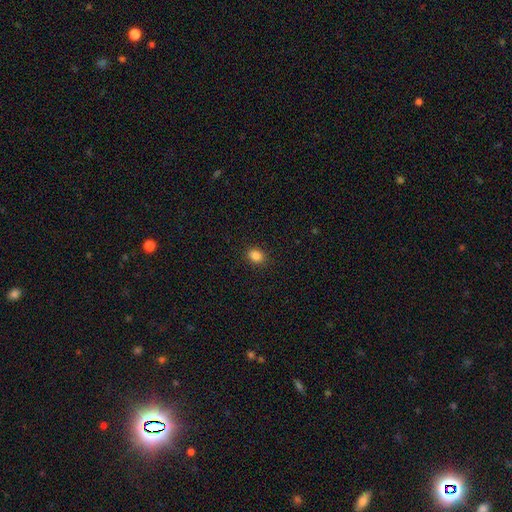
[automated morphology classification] This is clearly a smooth galaxy (86%). How rounded: possibly in between (54%). Merging: clearly none (90%).